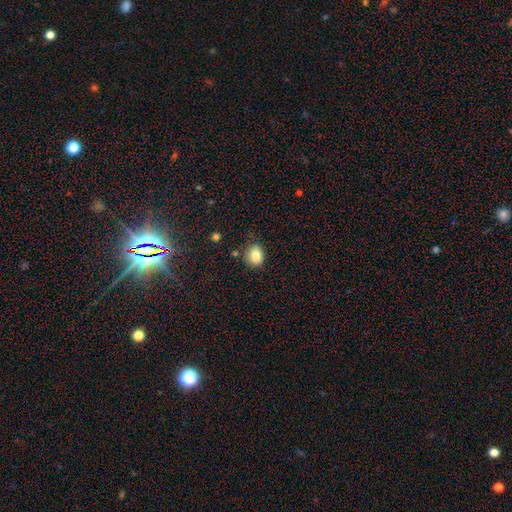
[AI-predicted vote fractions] This is clearly a smooth galaxy (83%). How rounded: possibly round (53%). Merging: likely none (74%).